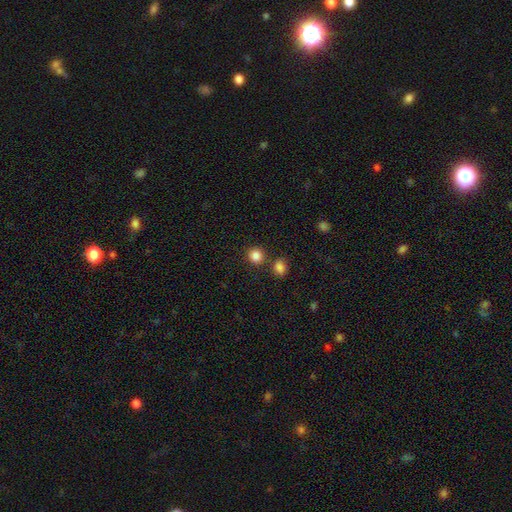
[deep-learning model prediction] smooth_or_featured: smooth (p=0.85) [alt: star or artifact p=0.11]
how_rounded: round (p=0.89) [alt: in between p=0.10]
merging: none (p=0.78) [alt: merger p=0.12]